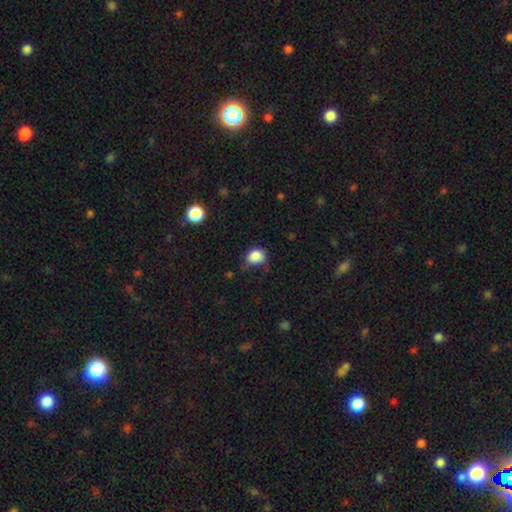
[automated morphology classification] Overall: smooth (84%). How rounded: round (59%; in between 40%). Merging: none (45%; minor disturbance 39%).